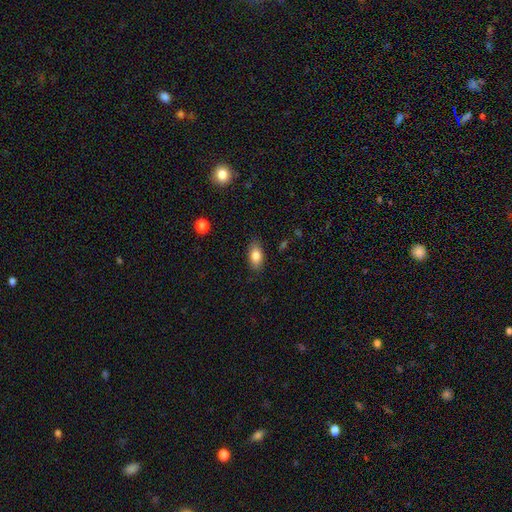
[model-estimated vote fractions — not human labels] This is clearly a smooth galaxy (83%). How rounded: clearly in between (89%). Merging: clearly none (86%).